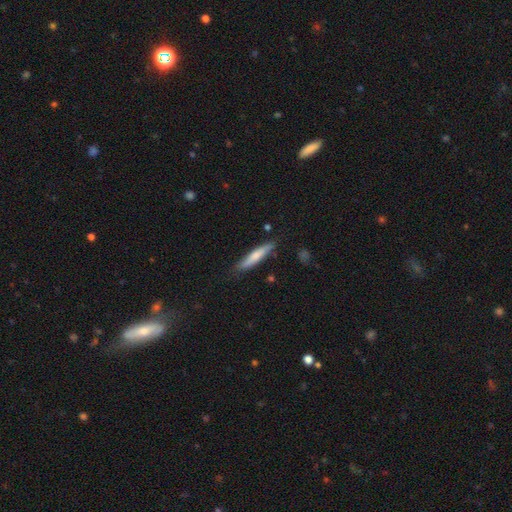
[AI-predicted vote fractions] smooth 67%, featured or disk 27%, star or artifact 5%. Down the decision tree: how rounded — cigar-shaped (89%); merging — none (81%).